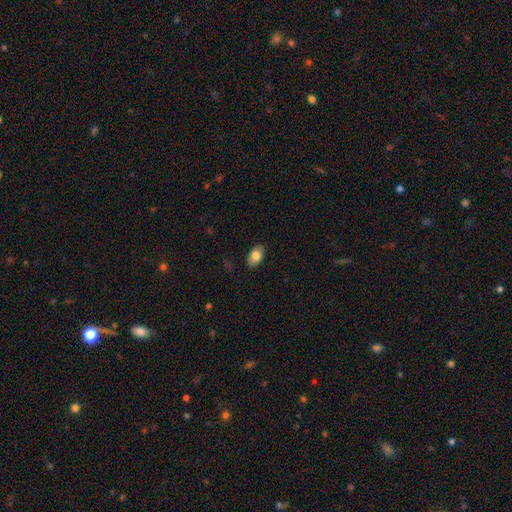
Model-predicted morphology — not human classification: smooth_or_featured: smooth (p=0.80) [alt: featured or disk p=0.13]
how_rounded: in between (p=0.91) [alt: round p=0.08]
merging: none (p=0.84) [alt: minor disturbance p=0.12]